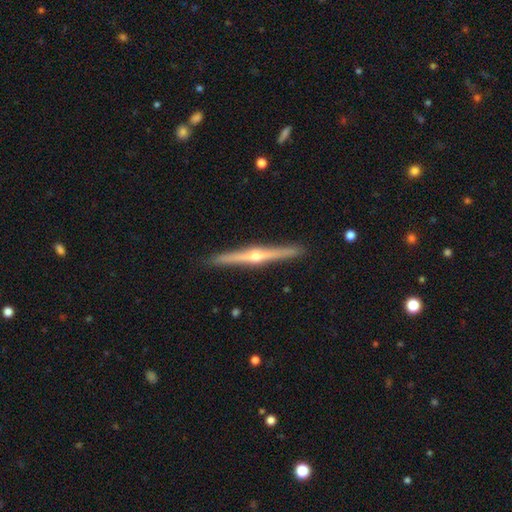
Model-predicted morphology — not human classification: This appears to be a featured or disk galaxy (82%) viewed edge-on (98%) with a rounded central bulge (92%). Merging: none (92%).